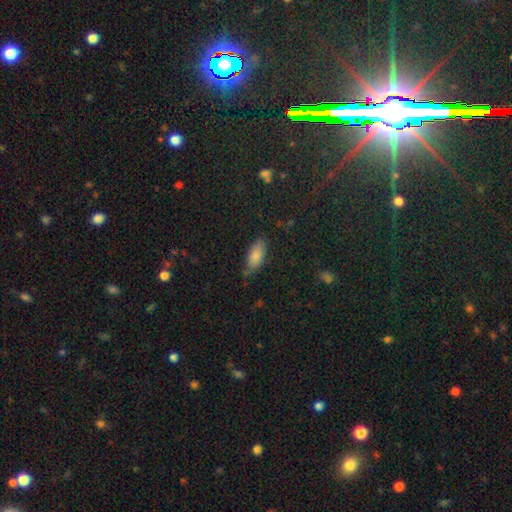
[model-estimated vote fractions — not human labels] This is clearly a smooth galaxy (83%). How rounded: clearly in between (84%). Merging: likely none (73%).